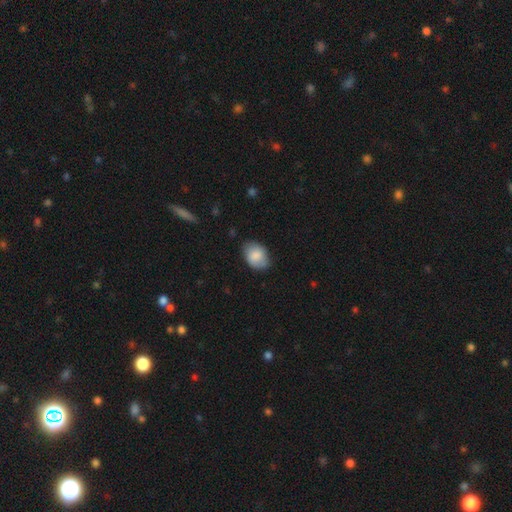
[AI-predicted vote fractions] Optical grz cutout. It shows a smooth galaxy with no disk features (83%) that is in between round and cigar-shaped (79%). Merging: none (75%).